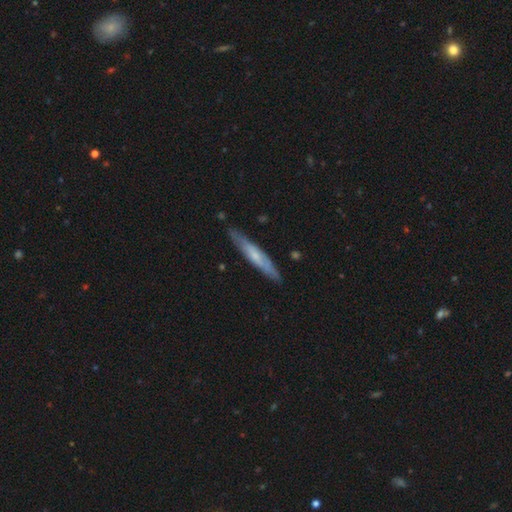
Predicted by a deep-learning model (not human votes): The model was most divided on "smooth or featured": featured or disk: 51%, smooth: 44%, star or artifact: 5%. More confident: merging — none (84%); edge-on disk — yes (82%).